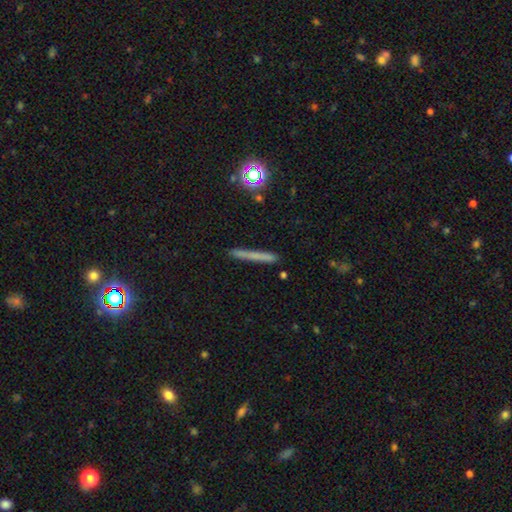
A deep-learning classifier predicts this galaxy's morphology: A smooth galaxy with no disk features (60%) that is cigar-shaped (95%).

Vote fractions:
- Smooth or featured? smooth: 60% / featured or disk: 27% / star or artifact: 13%
- How rounded? cigar-shaped: 95% / round: 3% / in between: 3%
- Merging? none: 88% / minor disturbance: 8% / major disturbance: 2% / merger: 2%